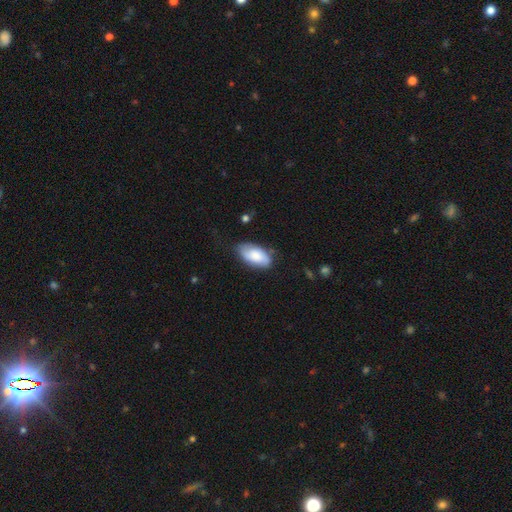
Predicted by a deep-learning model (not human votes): Smooth or featured?
  - smooth: 67% *
  - featured or disk: 26%
  - star or artifact: 6%
How rounded?
  - in between: 93% *
  - cigar-shaped: 4%
  - round: 3%
Merging?
  - none: 71% *
  - minor disturbance: 22%
  - major disturbance: 5%
  - merger: 2%